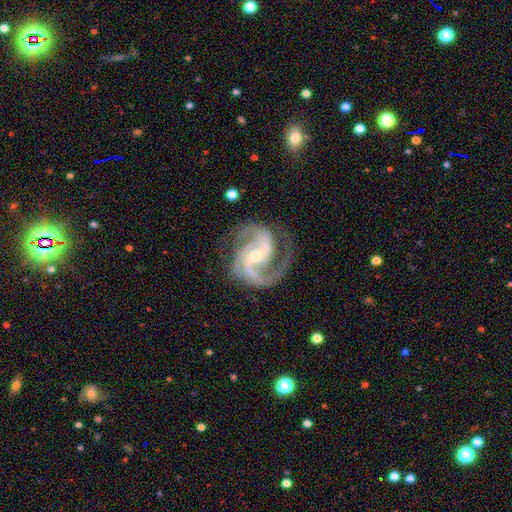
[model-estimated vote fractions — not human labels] Q: Smooth or featured?
A: featured or disk (93%); runner-up: star or artifact (4%)
Q: Edge-on disk?
A: no (98%); runner-up: yes (2%)
Q: Bar?
A: weak (39%); runner-up: no (36%)
Q: Spiral arms?
A: yes (99%); runner-up: no (1%)
Q: Spiral winding?
A: medium (60%); runner-up: tight (29%)
Q: Spiral arm count?
A: 2 (59%); runner-up: 3 (26%)
Q: Bulge size?
A: small (65%); runner-up: moderate (32%)
Q: Merging?
A: none (73%); runner-up: minor disturbance (16%)